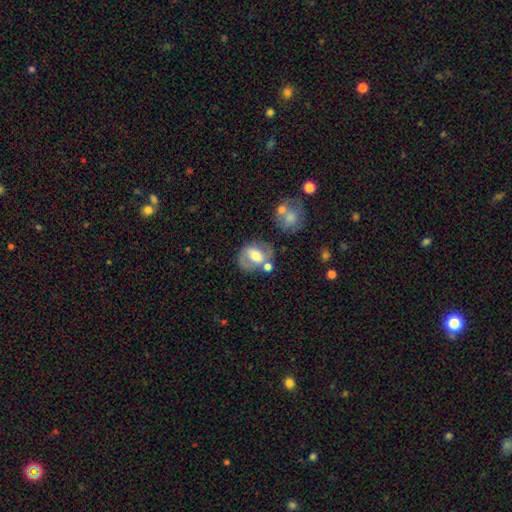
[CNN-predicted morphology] smooth-or-featured: smooth: 47% | featured or disk: 45% | star or artifact: 8%
  merging: none: 54% | minor disturbance: 20% | merger: 17% | major disturbance: 9%